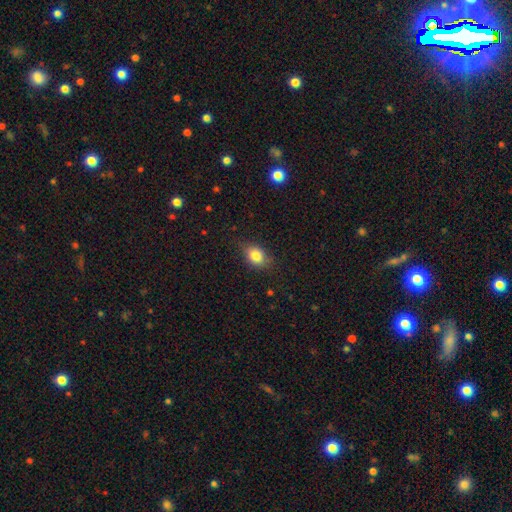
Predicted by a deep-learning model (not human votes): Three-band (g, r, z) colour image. It shows a smooth galaxy with no disk features (81%) that is in between round and cigar-shaped (63%). Merging: none (75%).